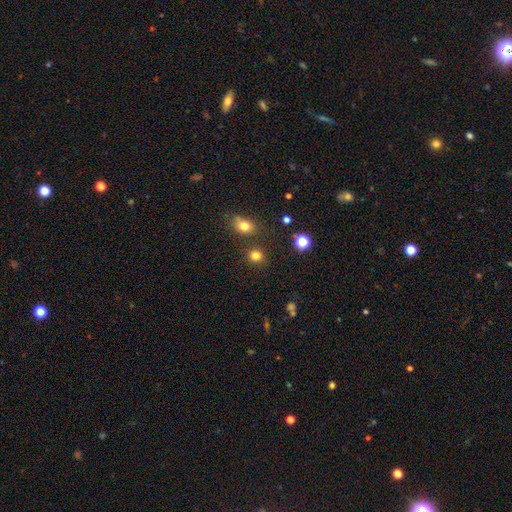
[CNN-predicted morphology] This appears to be a smooth galaxy with no disk features (80%) that is round (79%). Merging: none (81%).